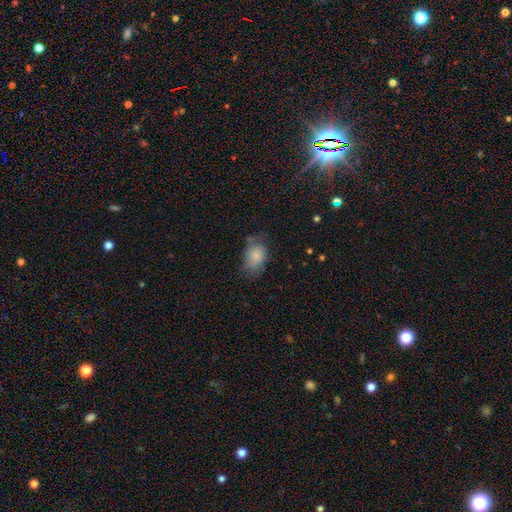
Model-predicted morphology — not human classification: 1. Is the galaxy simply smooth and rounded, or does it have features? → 77% smooth, 15% featured or disk, 8% star or artifact.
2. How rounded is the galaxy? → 83% in between, 16% round, 1% cigar-shaped.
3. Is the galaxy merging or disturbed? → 49% none, 33% minor disturbance, 15% major disturbance, 3% merger.